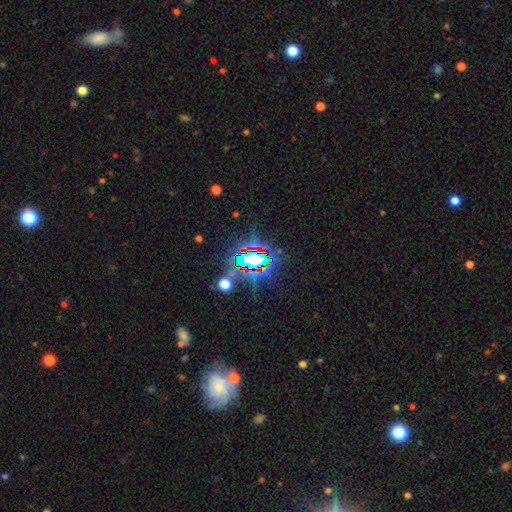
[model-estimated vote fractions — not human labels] smooth-or-featured: star or artifact: 75% | smooth: 13% | featured or disk: 11%